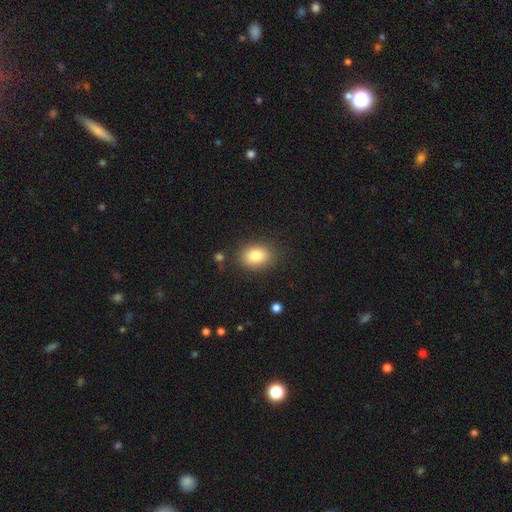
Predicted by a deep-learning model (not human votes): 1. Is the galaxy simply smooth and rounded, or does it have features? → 82% smooth, 9% star or artifact, 9% featured or disk.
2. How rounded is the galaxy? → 64% in between, 35% round, 1% cigar-shaped.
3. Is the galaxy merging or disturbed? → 85% none, 10% minor disturbance, 3% major disturbance, 2% merger.